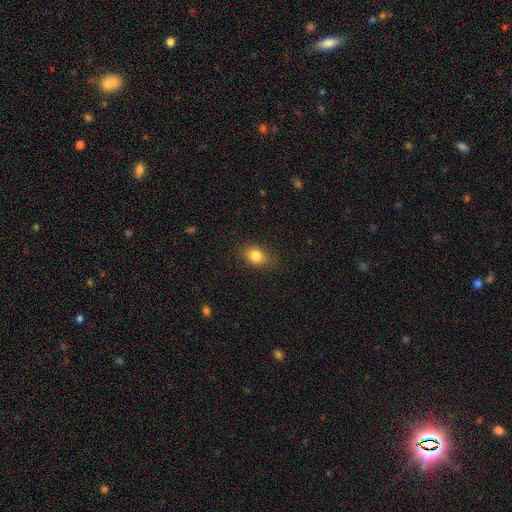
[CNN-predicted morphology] A smooth galaxy with no disk features (83%) that is in between round and cigar-shaped (67%).

Vote fractions:
- Smooth or featured? smooth: 83% / star or artifact: 10% / featured or disk: 8%
- How rounded? in between: 67% / round: 31% / cigar-shaped: 2%
- Merging? none: 83% / minor disturbance: 13% / major disturbance: 3% / merger: 1%